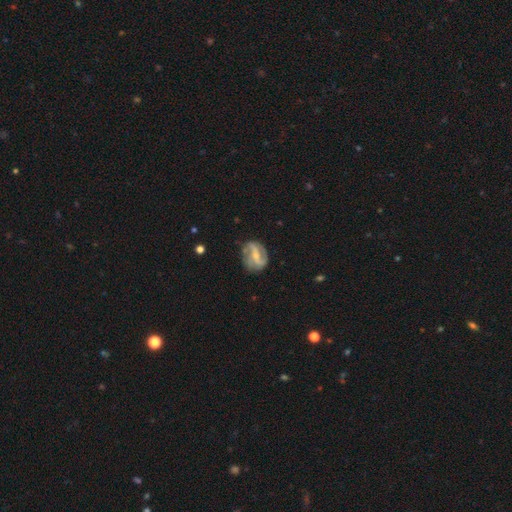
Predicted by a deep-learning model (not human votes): featured or disk 81%, smooth 13%, star or artifact 6%. Down the decision tree: edge-on disk — no (97%); bar — weak (39%); spiral arms — yes (92%); spiral arm count — 2 (80%); spiral winding — loose (45%); bulge size — small (58%); merging — none (70%).